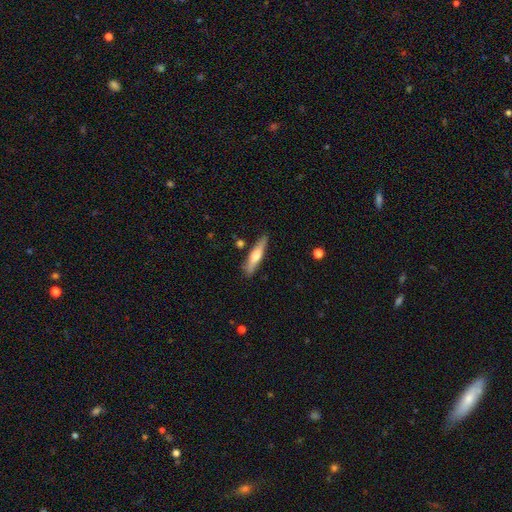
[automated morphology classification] Smooth or featured: smooth — 55% (featured or disk — 39%)
How rounded: cigar-shaped — 83% (in between — 15%)
Merging: none — 83% (minor disturbance — 12%)